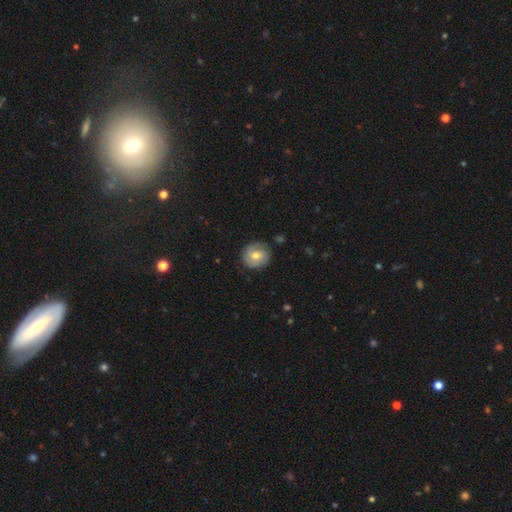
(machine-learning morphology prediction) The model was most divided on "smooth or featured": smooth: 60%, featured or disk: 33%, star or artifact: 7%. More confident: how rounded — round (88%); merging — none (81%).